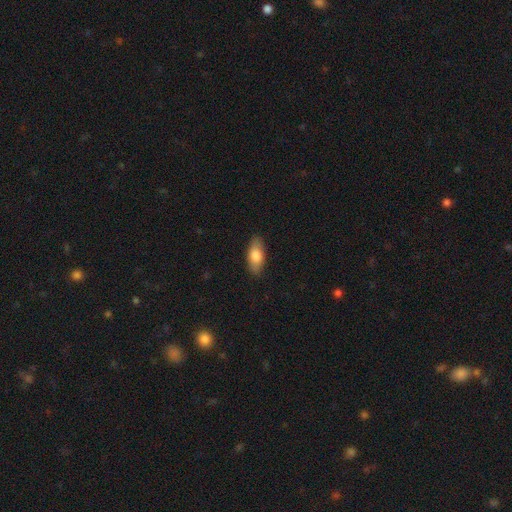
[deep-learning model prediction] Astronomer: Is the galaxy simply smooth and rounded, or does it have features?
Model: smooth — 78%.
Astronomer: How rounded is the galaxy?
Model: in between — 85%.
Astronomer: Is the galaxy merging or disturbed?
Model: none — 85%.